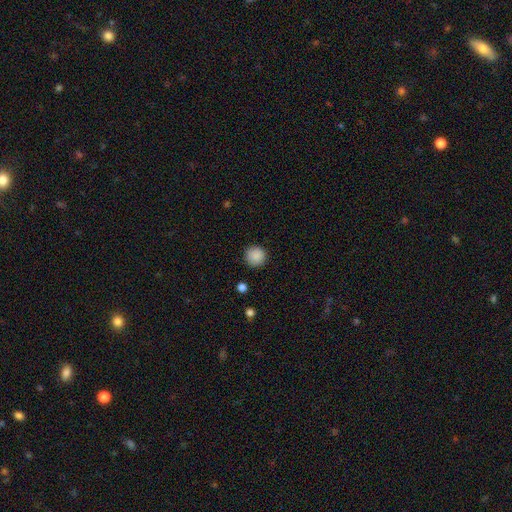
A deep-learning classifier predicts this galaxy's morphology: Q: Smooth or featured?
A: smooth (88%); runner-up: star or artifact (9%)
Q: How rounded?
A: round (95%); runner-up: in between (4%)
Q: Merging?
A: none (90%); runner-up: minor disturbance (7%)